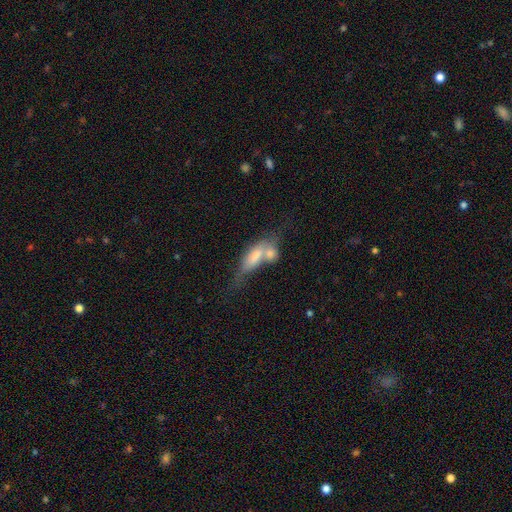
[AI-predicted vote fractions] A smooth galaxy with no disk features (56%) that is in between round and cigar-shaped (66%). Merging: merger (59%).